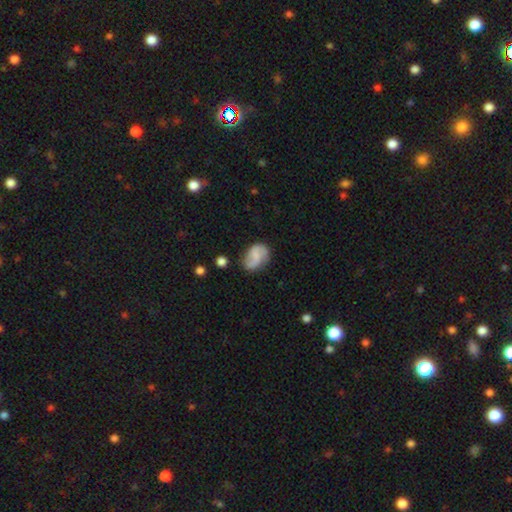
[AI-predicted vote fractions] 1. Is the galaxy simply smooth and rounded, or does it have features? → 59% featured or disk, 33% smooth, 8% star or artifact.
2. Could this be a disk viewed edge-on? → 97% no, 3% yes.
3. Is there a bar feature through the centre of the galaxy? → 45% no, 43% weak, 12% strong.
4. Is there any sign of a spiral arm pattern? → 90% yes, 10% no.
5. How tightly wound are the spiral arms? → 45% loose, 40% medium, 16% tight.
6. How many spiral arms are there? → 84% 2, 7% can't tell, 5% 1, 2% 3, 1% 4, 1% more than 4.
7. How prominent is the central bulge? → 45% none, 36% small, 16% moderate, 2% large, 1% dominant.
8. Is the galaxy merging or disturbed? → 67% none, 22% minor disturbance, 8% major disturbance, 3% merger.